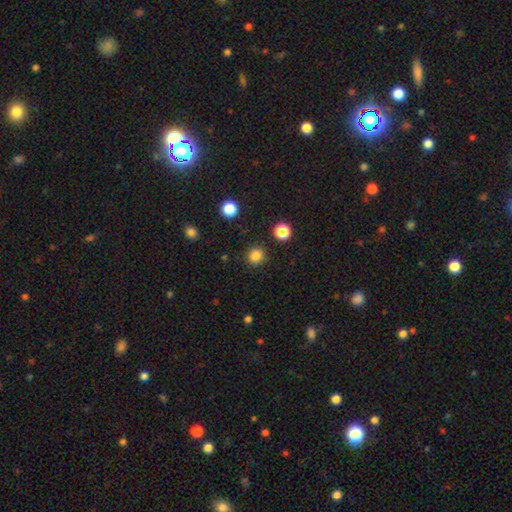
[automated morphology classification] Overall: smooth (84%). How rounded: round (91%). Merging: none (90%).